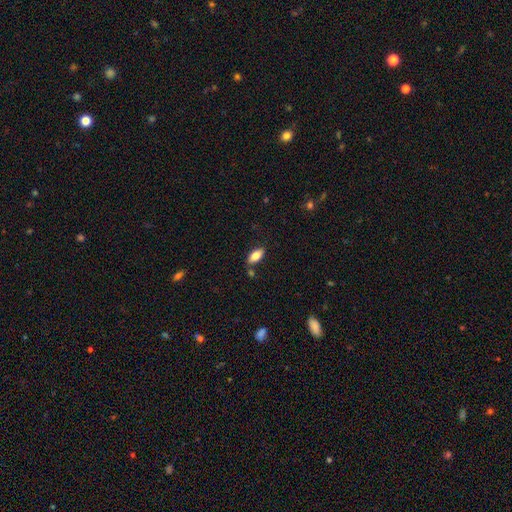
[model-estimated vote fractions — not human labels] Smooth or featured: smooth — 79% (featured or disk — 14%)
How rounded: in between — 88% (cigar-shaped — 9%)
Merging: none — 81% (minor disturbance — 12%)